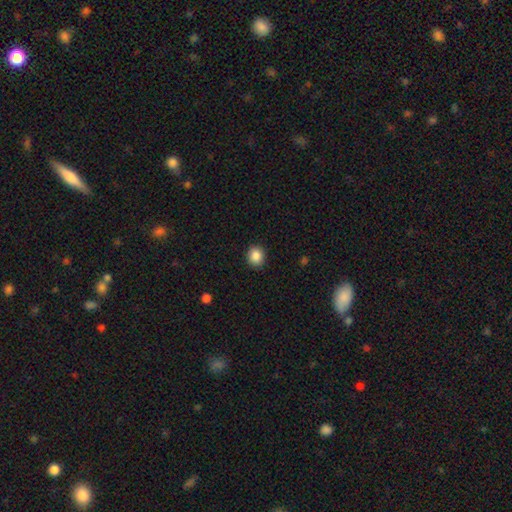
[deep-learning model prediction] smooth_or_featured: smooth (p=0.87) [alt: star or artifact p=0.10]
how_rounded: round (p=0.75) [alt: in between p=0.24]
merging: none (p=0.91) [alt: minor disturbance p=0.06]